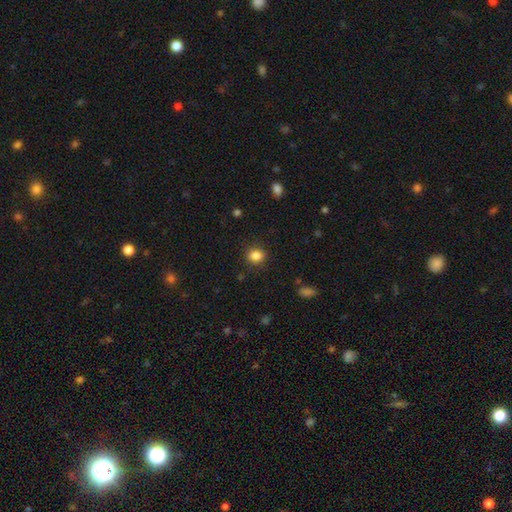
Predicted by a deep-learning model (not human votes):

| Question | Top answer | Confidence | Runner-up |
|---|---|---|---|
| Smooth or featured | smooth | 86% | star or artifact (10%) |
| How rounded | round | 74% | in between (25%) |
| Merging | none | 88% | minor disturbance (8%) |